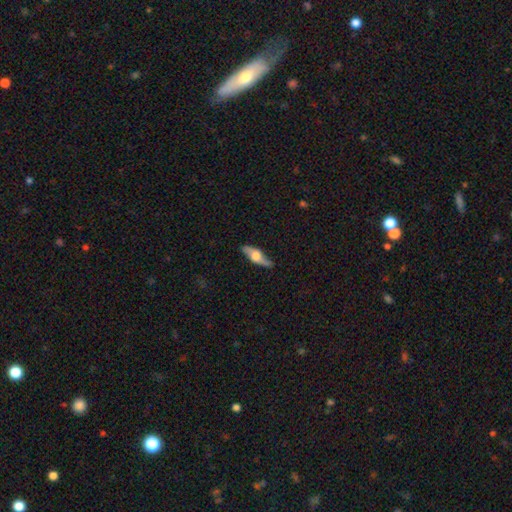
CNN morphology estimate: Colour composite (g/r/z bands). It shows a featured or disk galaxy (58%) viewed edge-on (84%). Merging: none (82%).